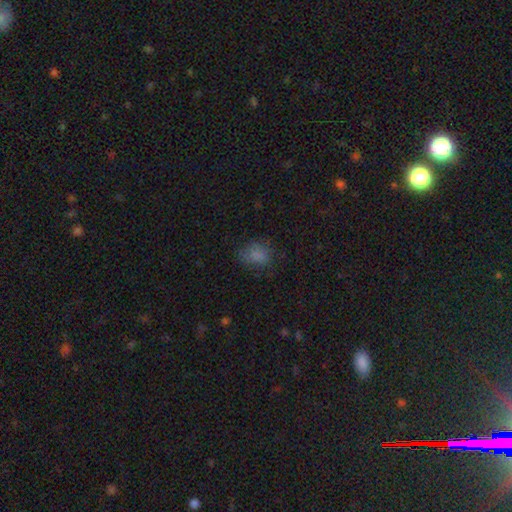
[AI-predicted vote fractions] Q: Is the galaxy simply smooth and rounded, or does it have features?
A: smooth — 77%.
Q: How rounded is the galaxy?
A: in between — 58%.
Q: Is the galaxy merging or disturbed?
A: none — 68%.